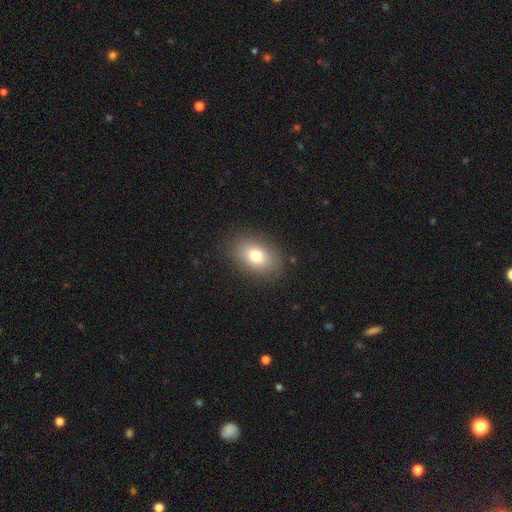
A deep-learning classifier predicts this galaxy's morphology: A smooth galaxy with no disk features (77%) that is in between round and cigar-shaped (81%). Merging: none (85%).